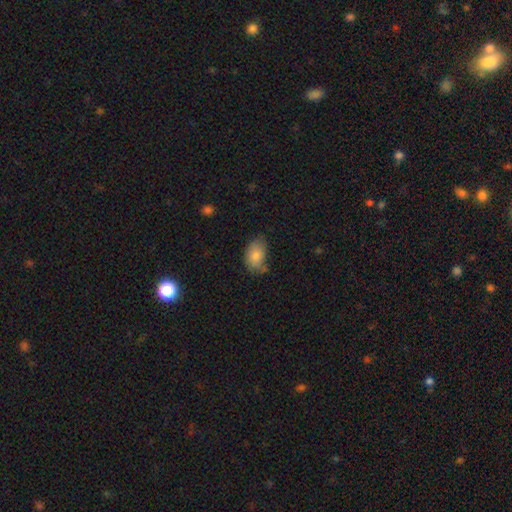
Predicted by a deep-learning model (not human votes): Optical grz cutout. It shows a smooth galaxy with no disk features (82%) that is in between round and cigar-shaped (87%). Merging: none (61%).